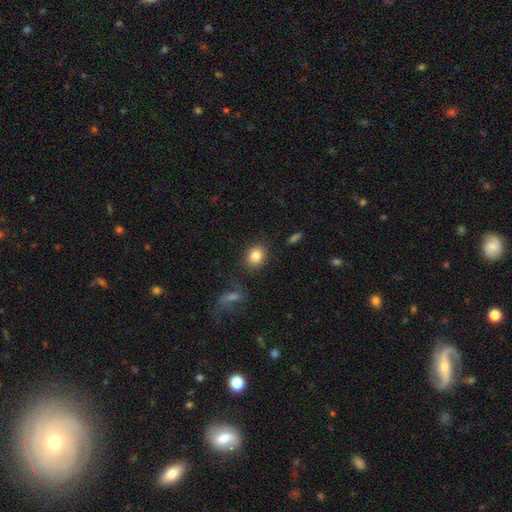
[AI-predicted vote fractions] The model was most divided on "how rounded": round: 58%, in between: 40%, cigar-shaped: 1%. More confident: smooth or featured — smooth (84%); merging — none (83%).